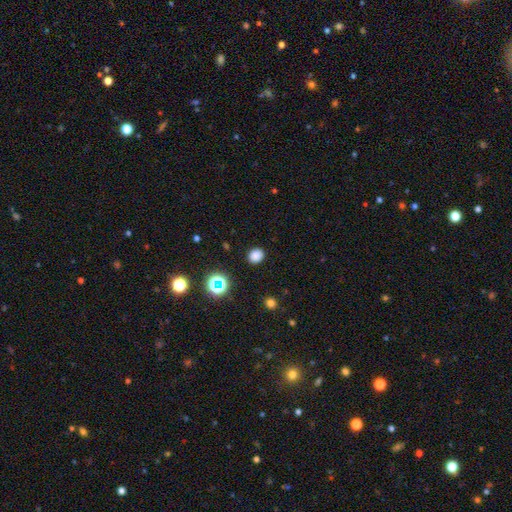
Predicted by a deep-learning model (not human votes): Smooth or featured?
  - smooth: 80% *
  - star or artifact: 16%
  - featured or disk: 4%
How rounded?
  - round: 71% *
  - in between: 28%
  - cigar-shaped: 1%
Merging?
  - none: 89% *
  - minor disturbance: 7%
  - major disturbance: 3%
  - merger: 1%